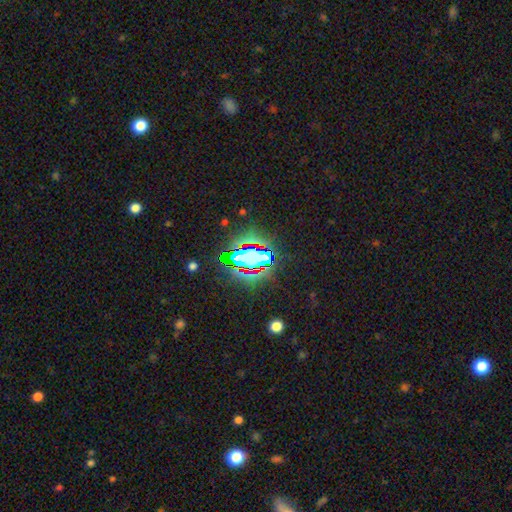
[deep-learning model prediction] Morphology: type=star or artifact (63%).